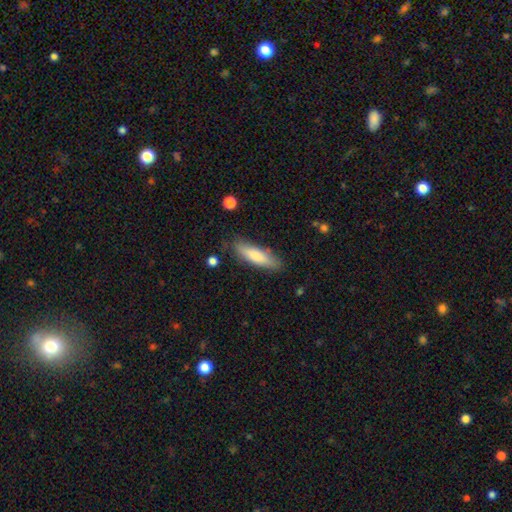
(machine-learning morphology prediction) smooth-or-featured: smooth: 77% | featured or disk: 17% | star or artifact: 6%
  how-rounded: cigar-shaped: 66% | in between: 32% | round: 2%
  merging: none: 81% | minor disturbance: 14% | major disturbance: 3% | merger: 2%